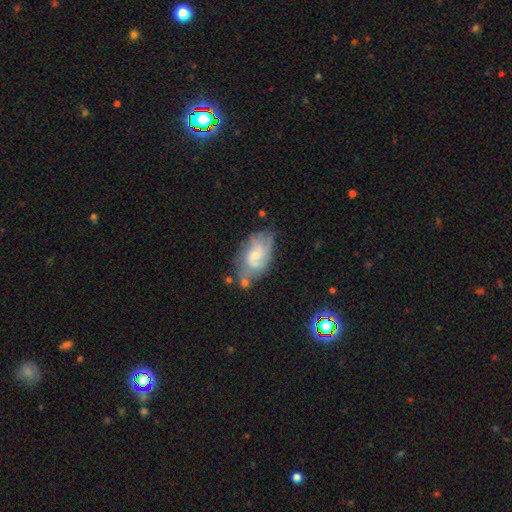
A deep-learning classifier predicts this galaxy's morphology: A featured or disk galaxy (58%) with no bar (51%), spiral arms (81%) and a small central bulge (41%). Merging: none (54%).